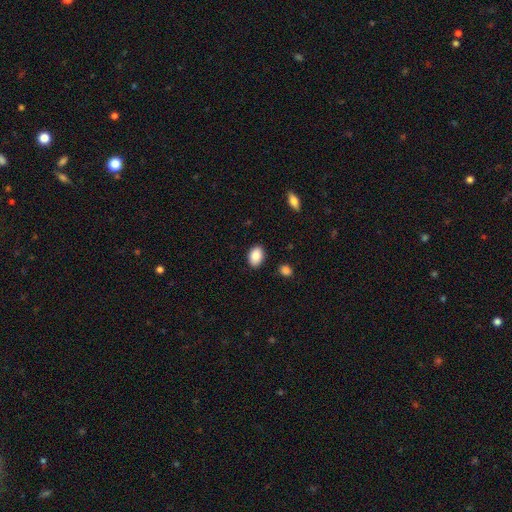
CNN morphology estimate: This is clearly a smooth galaxy (89%). How rounded: clearly in between (84%). Merging: clearly none (88%).